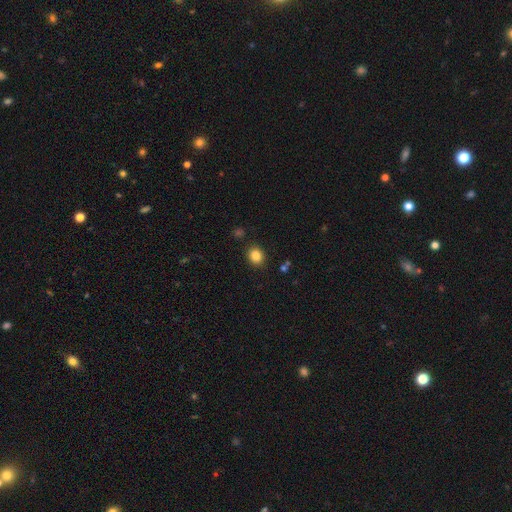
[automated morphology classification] This is clearly a smooth galaxy (85%). How rounded: likely round (67%). Merging: clearly none (88%).